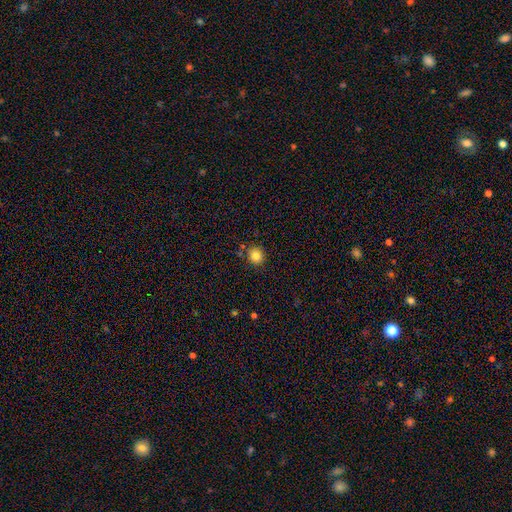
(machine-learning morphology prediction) Smooth or featured?
  - smooth: 84% *
  - star or artifact: 11%
  - featured or disk: 5%
How rounded?
  - round: 88% *
  - in between: 11%
  - cigar-shaped: 1%
Merging?
  - none: 86% *
  - minor disturbance: 8%
  - merger: 4%
  - major disturbance: 2%